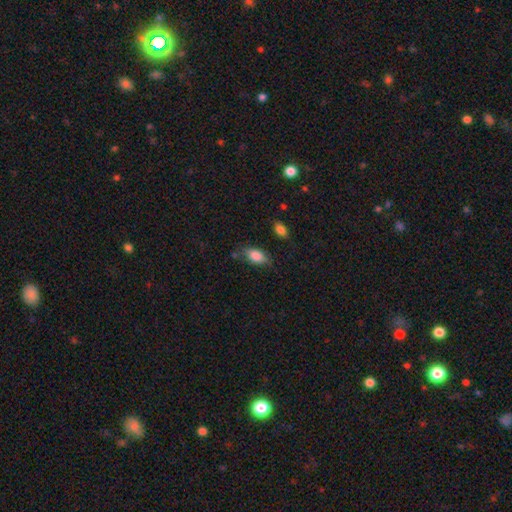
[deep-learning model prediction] Overall: smooth (85%). How rounded: in between (90%). Merging: none (67%).